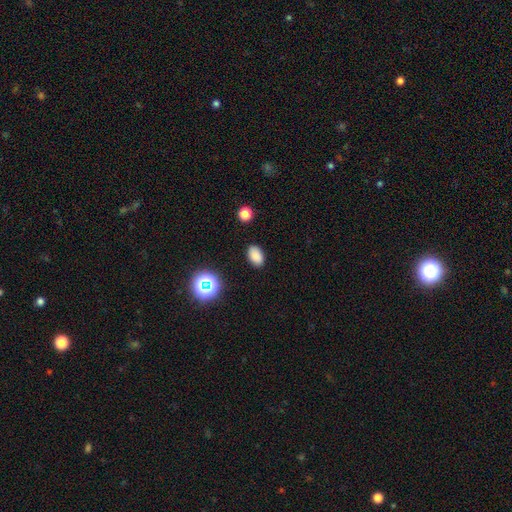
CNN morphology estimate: This is clearly a smooth galaxy (83%). How rounded: clearly in between (89%). Merging: clearly none (88%).